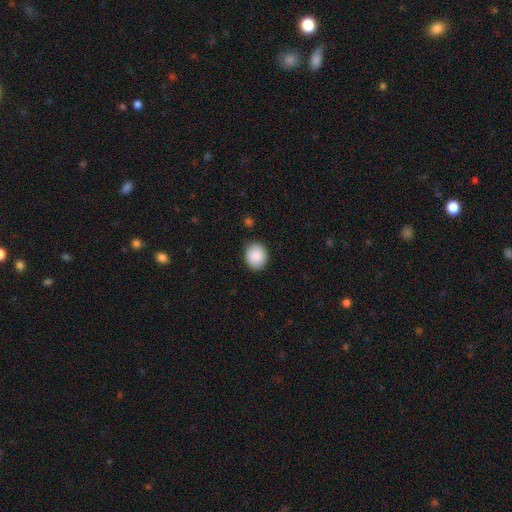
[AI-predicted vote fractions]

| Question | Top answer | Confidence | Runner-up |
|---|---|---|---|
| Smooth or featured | smooth | 89% | star or artifact (7%) |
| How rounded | round | 69% | in between (31%) |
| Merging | none | 87% | minor disturbance (10%) |